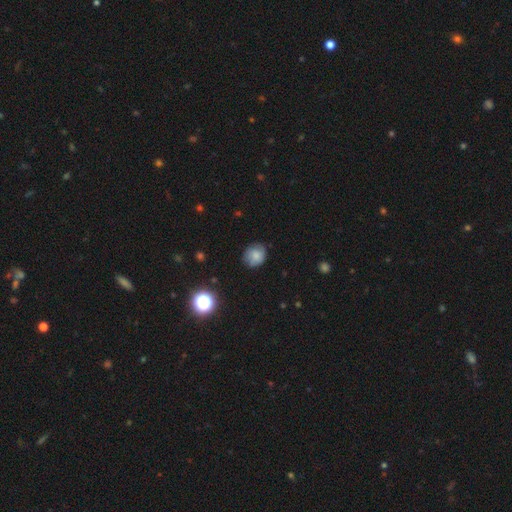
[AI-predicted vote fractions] A smooth galaxy with no disk features (78%) that is round (72%).

Vote fractions:
- Smooth or featured? smooth: 78% / featured or disk: 12% / star or artifact: 11%
- How rounded? round: 72% / in between: 27% / cigar-shaped: 1%
- Merging? none: 74% / minor disturbance: 21% / major disturbance: 4% / merger: 1%